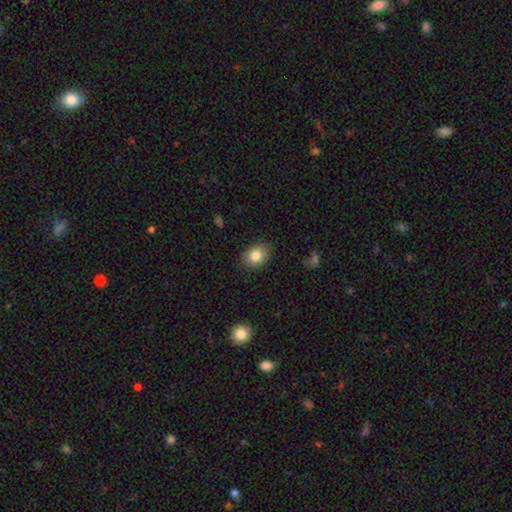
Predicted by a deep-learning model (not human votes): A smooth galaxy with no disk features (83%) that is in between round and cigar-shaped (56%). Merging: none (87%).